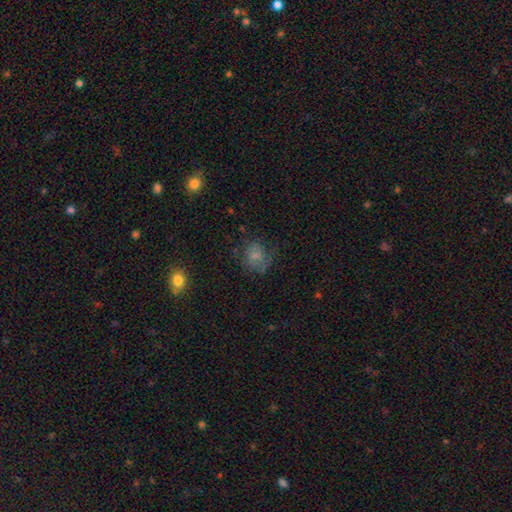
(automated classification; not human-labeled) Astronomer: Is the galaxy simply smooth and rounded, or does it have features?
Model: smooth — 64%.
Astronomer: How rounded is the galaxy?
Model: round — 68%.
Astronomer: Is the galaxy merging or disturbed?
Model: none — 57%.